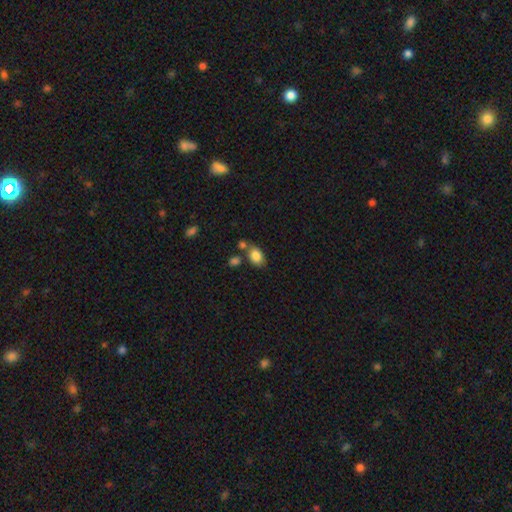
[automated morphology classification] type=smooth (84%); roundness=in between (81%); merging=none (60%).